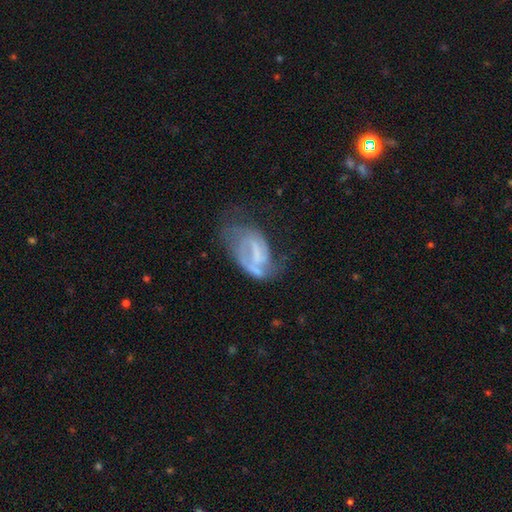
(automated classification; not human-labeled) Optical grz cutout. It shows a featured or disk galaxy (69%) with a weak bar (42%), spiral arms (69%) and no central bulge (56%). Merging: major disturbance (37%).